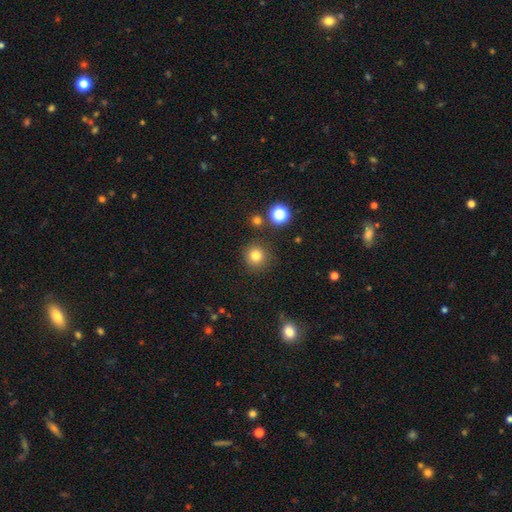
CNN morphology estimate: type=smooth (80%); roundness=round (94%); merging=none (87%).